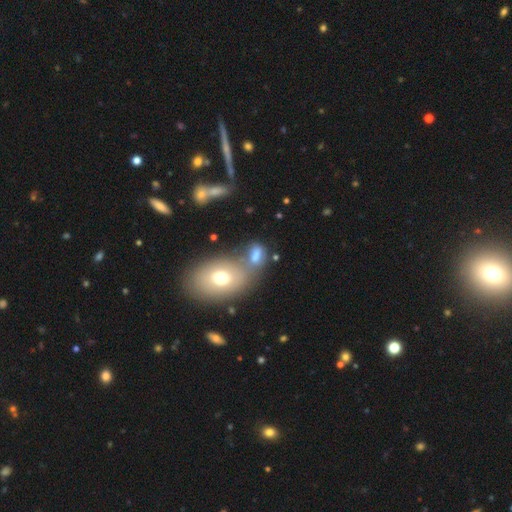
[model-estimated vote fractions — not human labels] Smooth or featured: smooth — 65% (featured or disk — 21%)
How rounded: in between — 78% (round — 19%)
Merging: merger — 44% (none — 34%)